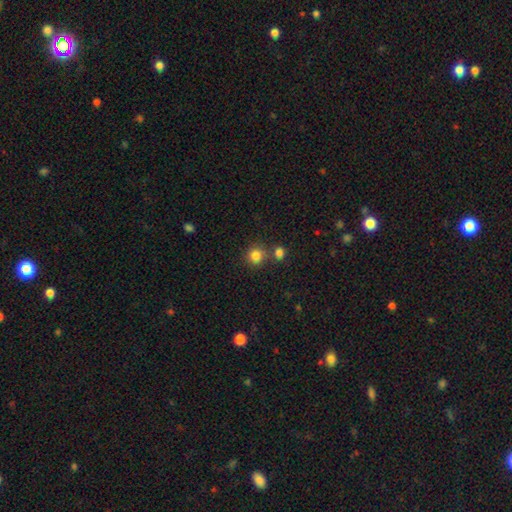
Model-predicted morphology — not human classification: type=smooth (83%); roundness=round (89%); merging=none (71%).